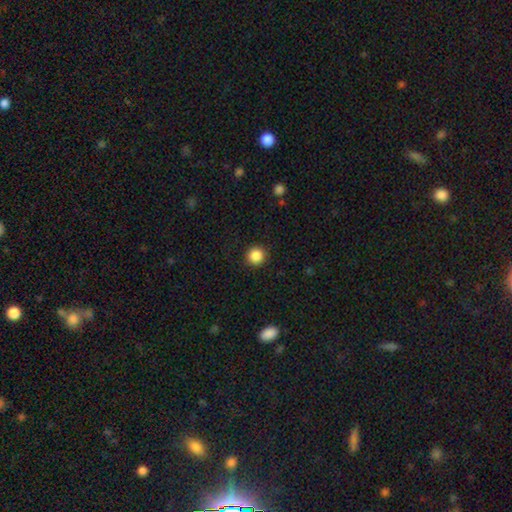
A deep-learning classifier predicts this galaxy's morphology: Overall: smooth (87%). How rounded: round (95%). Merging: none (92%).